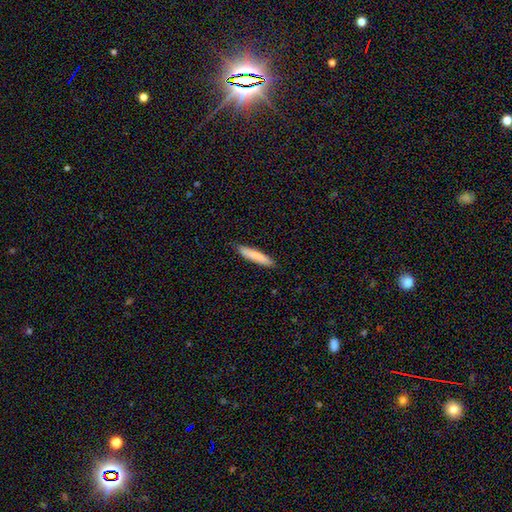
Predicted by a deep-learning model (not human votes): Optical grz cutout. It shows a smooth galaxy with no disk features (82%) that is cigar-shaped (88%). Merging: none (86%).